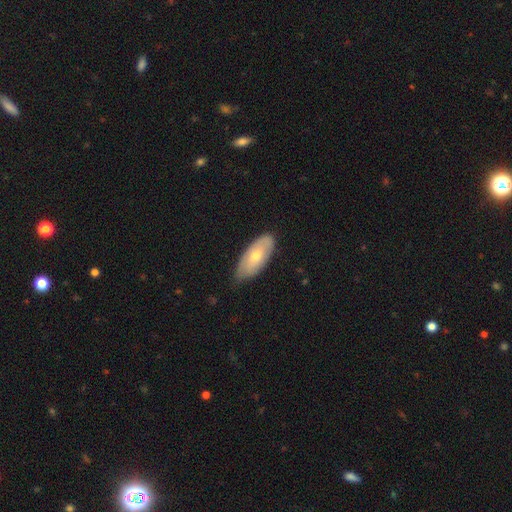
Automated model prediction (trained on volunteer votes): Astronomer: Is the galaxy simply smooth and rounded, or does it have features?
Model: smooth — 57% (runner-up: featured or disk, 38%).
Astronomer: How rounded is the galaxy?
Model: in between — 87%.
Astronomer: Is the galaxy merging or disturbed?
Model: none — 69%.